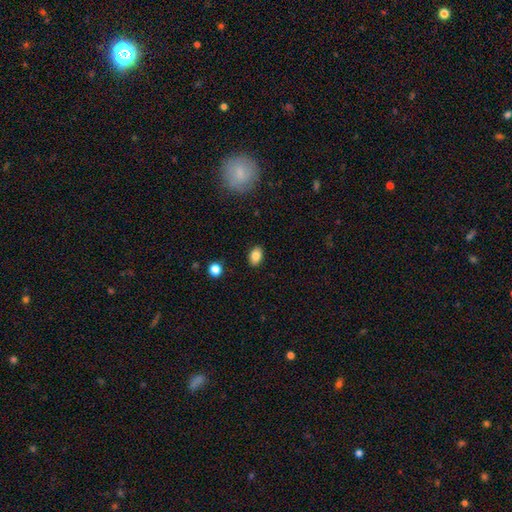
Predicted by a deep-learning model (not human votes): Smooth or featured? Predicted: smooth (p=0.83). How rounded? Predicted: in between (p=0.86). Merging? Predicted: none (p=0.88).